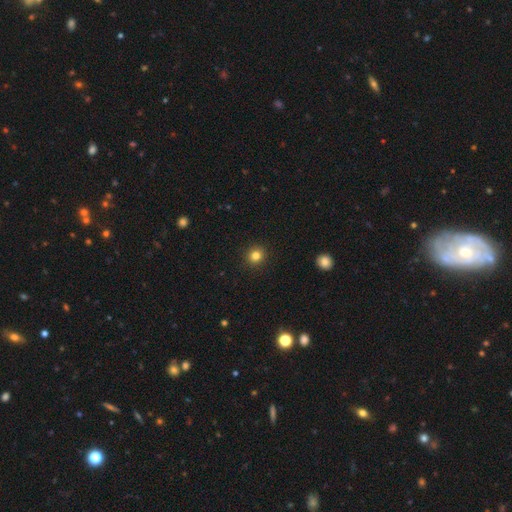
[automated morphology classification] Smooth or featured? smooth (82%)
How rounded? round (92%)
Merging? none (93%)